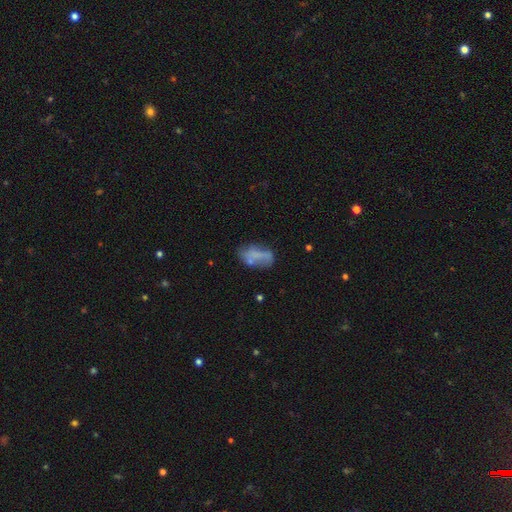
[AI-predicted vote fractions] Smooth or featured? Predicted: smooth (p=0.58). How rounded? Predicted: in between (p=0.87). Merging? Predicted: none (p=0.43).